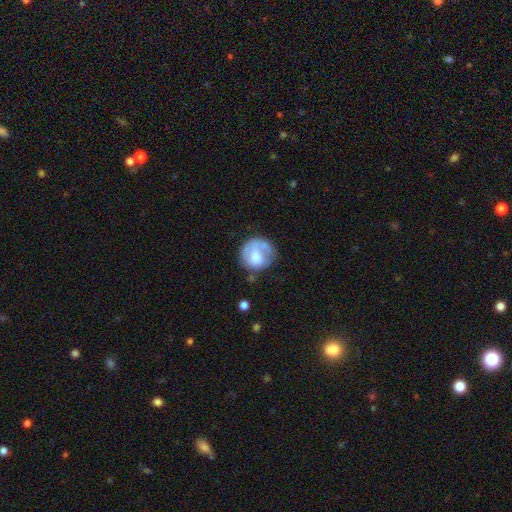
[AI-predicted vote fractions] Smooth or featured? smooth (56%)
How rounded? round (83%)
Merging? none (52%)